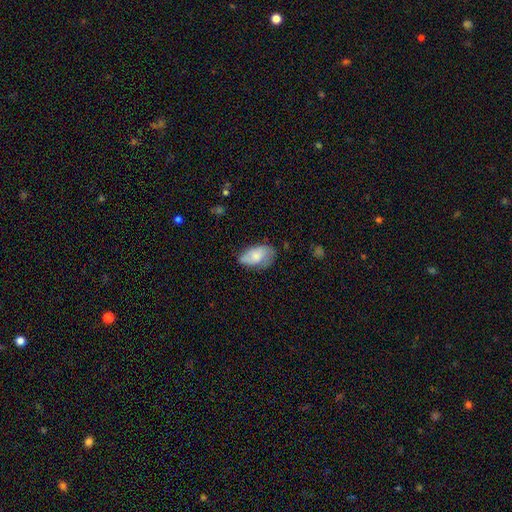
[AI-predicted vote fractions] Overall: smooth (70%). How rounded: in between (94%). Merging: none (56%; minor disturbance 33%).